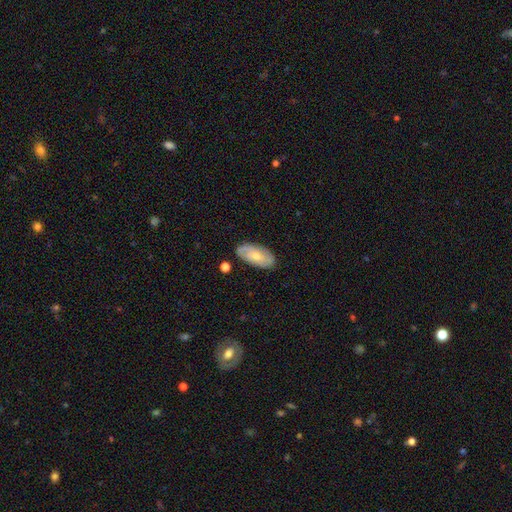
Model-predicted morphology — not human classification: This is possibly a smooth galaxy (48%). Merging: likely none (79%).